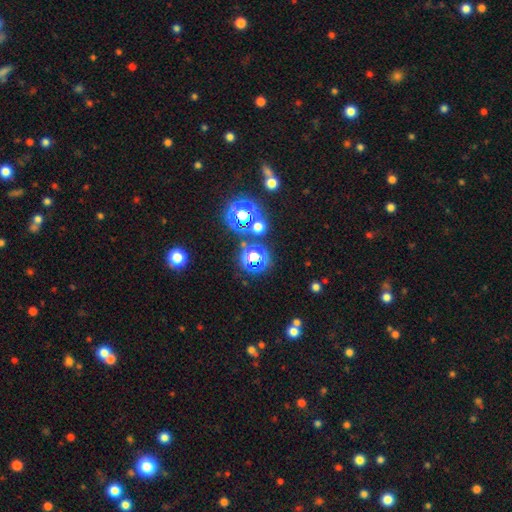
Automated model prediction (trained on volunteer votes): The model was most divided on "smooth or featured": star or artifact: 68%, smooth: 24%, featured or disk: 7%.